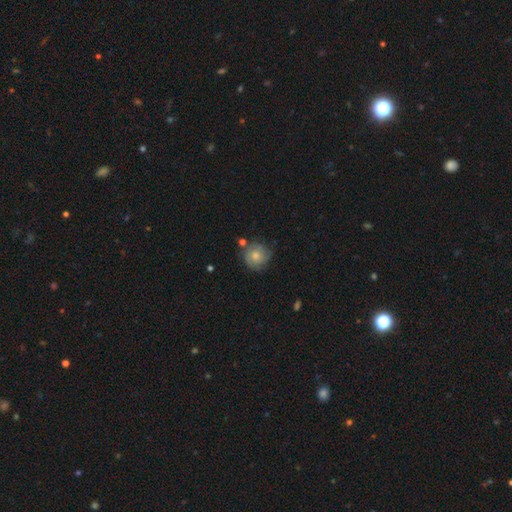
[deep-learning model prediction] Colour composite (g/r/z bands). It shows a smooth galaxy with no disk features (52%) that is round (90%). Merging: none (70%).